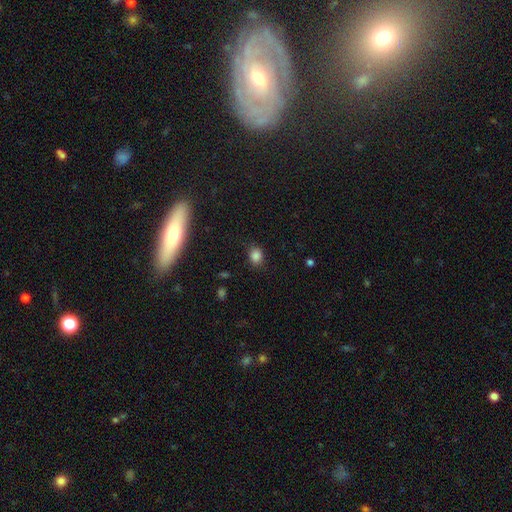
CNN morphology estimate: Overall: smooth (82%). How rounded: round (51%; in between 48%). Merging: none (82%).